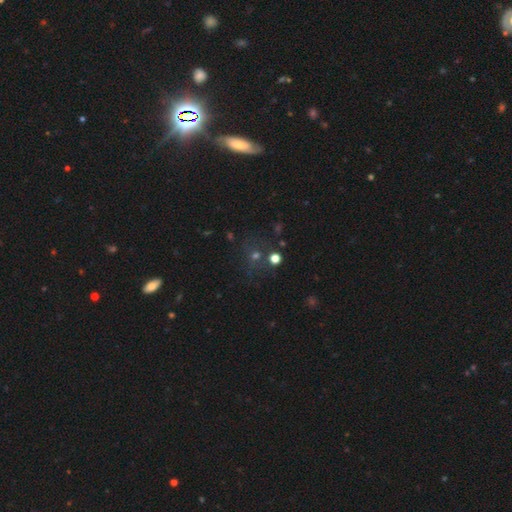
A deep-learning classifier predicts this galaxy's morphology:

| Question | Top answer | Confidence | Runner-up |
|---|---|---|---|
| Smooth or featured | star or artifact | 45% | smooth (42%) |